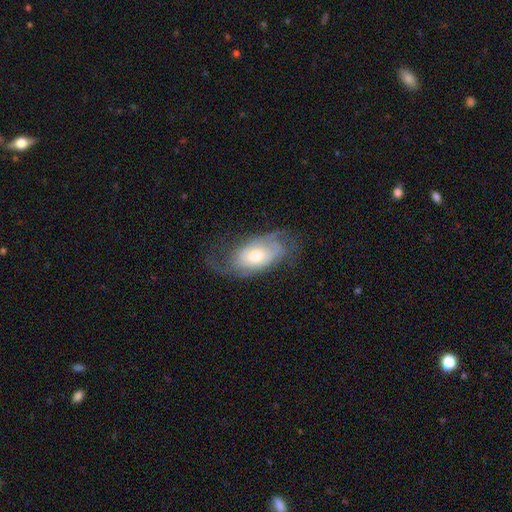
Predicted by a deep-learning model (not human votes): smooth_or_featured: featured or disk (p=0.68) [alt: smooth p=0.26]
disk_edge_on: no (p=0.92) [alt: yes p=0.08]
bar: no (p=0.70) [alt: weak p=0.25]
has_spiral_arms: yes (p=0.85) [alt: no p=0.15]
spiral_winding: medium (p=0.39) [alt: tight p=0.34]
spiral_arm_count: 2 (p=0.50) [alt: can't tell p=0.30]
bulge_size: moderate (p=0.65) [alt: small p=0.21]
merging: none (p=0.57) [alt: minor disturbance p=0.23]